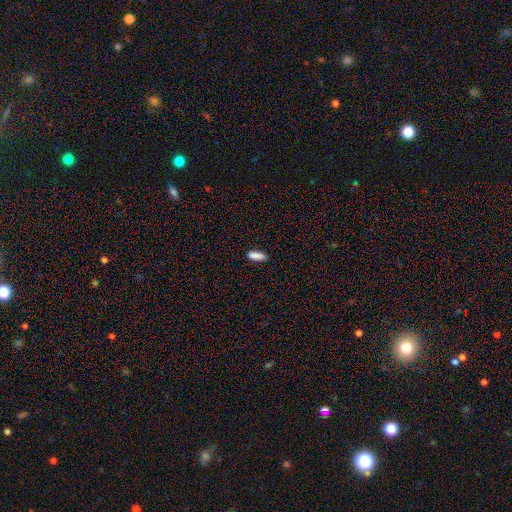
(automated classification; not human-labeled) smooth-or-featured: smooth: 88% | star or artifact: 8% | featured or disk: 4%
  how-rounded: in between: 57% | cigar-shaped: 41% | round: 2%
  merging: none: 86% | minor disturbance: 11% | major disturbance: 2% | merger: 1%